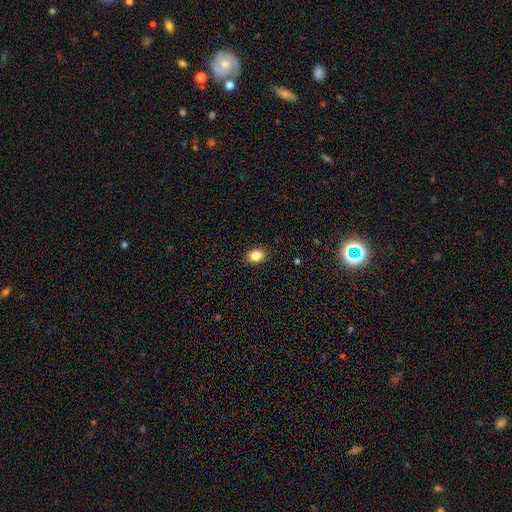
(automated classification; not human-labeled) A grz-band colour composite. It shows a smooth galaxy with no disk features (85%) that is in between round and cigar-shaped (69%). Merging: none (88%).